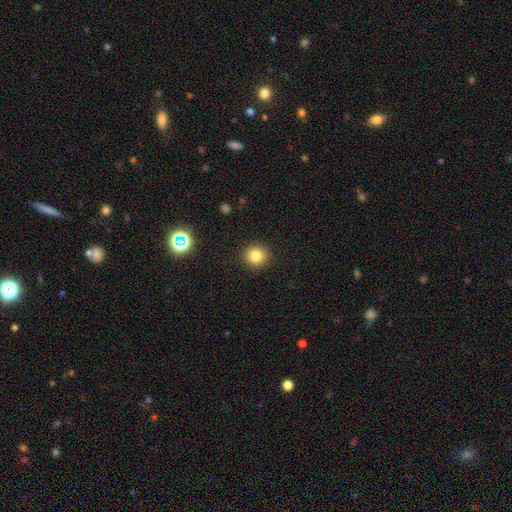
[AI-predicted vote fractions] smooth_or_featured: smooth (p=0.81) [alt: star or artifact p=0.12]
how_rounded: round (p=0.91) [alt: in between p=0.08]
merging: none (p=0.91) [alt: minor disturbance p=0.06]